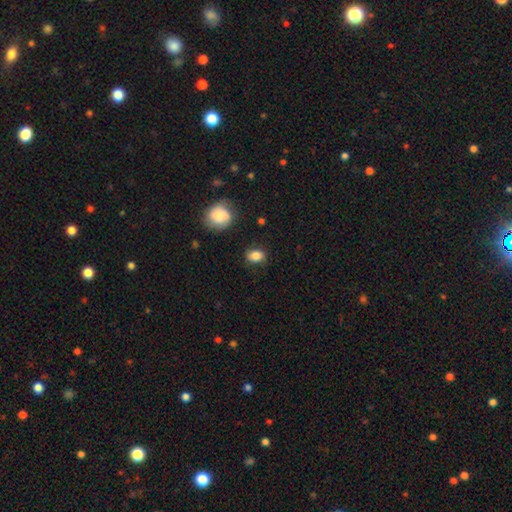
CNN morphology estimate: This appears to be a smooth galaxy with no disk features (84%) that is in between round and cigar-shaped (67%). Merging: none (81%).